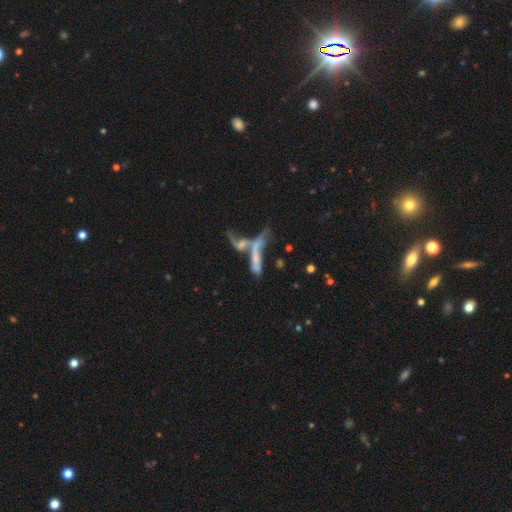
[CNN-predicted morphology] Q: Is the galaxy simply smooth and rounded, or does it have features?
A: featured or disk — 51%.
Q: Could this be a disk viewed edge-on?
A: no — 63%.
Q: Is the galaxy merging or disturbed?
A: merger — 63%.